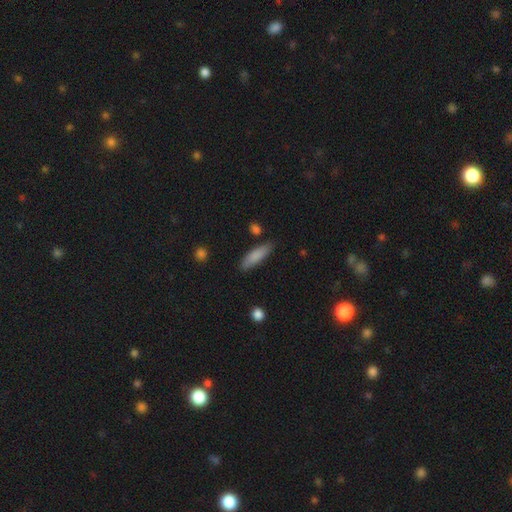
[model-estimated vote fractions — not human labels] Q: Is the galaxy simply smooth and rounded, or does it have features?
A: smooth — 84%.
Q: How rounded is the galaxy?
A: cigar-shaped — 58%.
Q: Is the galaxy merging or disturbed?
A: none — 81%.